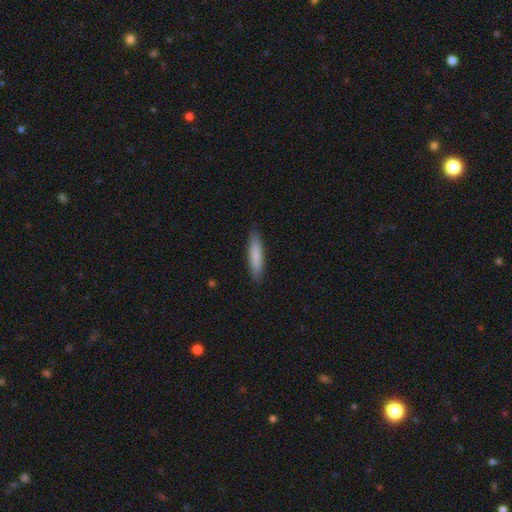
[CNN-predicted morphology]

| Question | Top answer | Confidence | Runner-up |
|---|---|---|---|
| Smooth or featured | smooth | 83% | featured or disk (12%) |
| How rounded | cigar-shaped | 82% | in between (17%) |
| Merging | none | 88% | minor disturbance (9%) |